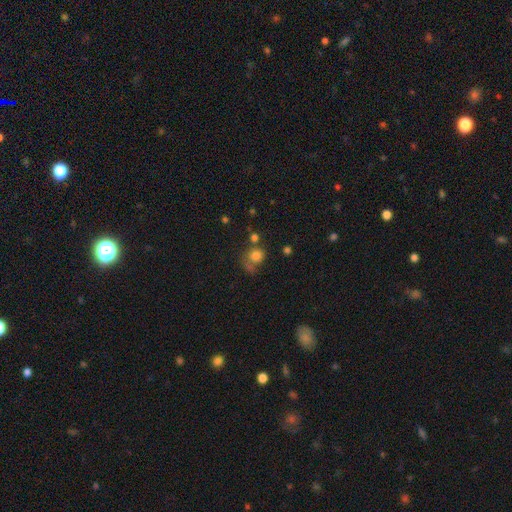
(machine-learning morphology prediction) This is likely a smooth galaxy (76%). How rounded: likely round (80%). Merging: marginally none (44%).